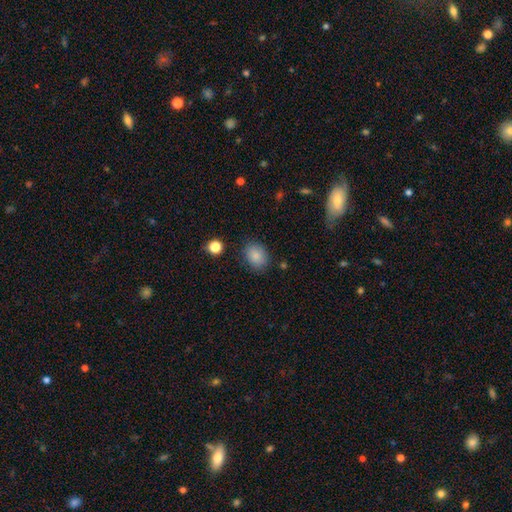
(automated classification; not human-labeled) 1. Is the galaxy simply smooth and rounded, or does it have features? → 86% smooth, 9% star or artifact, 5% featured or disk.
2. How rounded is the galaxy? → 59% in between, 40% round, 1% cigar-shaped.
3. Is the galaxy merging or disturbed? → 82% none, 12% minor disturbance, 3% major disturbance, 2% merger.